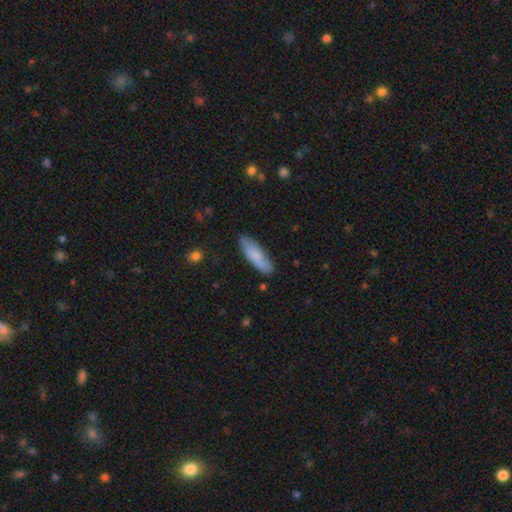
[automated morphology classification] Smooth or featured? smooth (76%)
How rounded? cigar-shaped (56%)
Merging? none (82%)